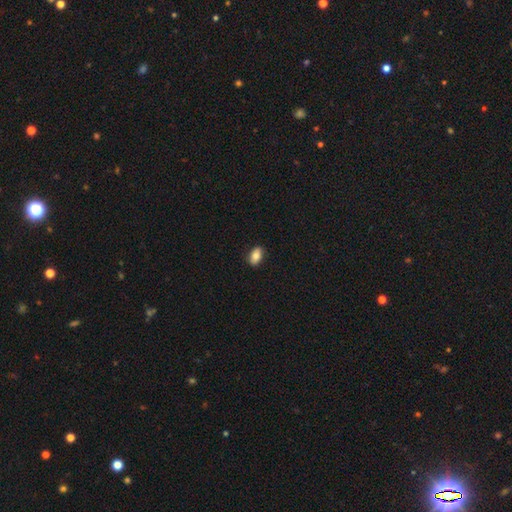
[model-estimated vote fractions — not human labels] A smooth galaxy with no disk features (82%) that is in between round and cigar-shaped (90%). Merging: none (88%).